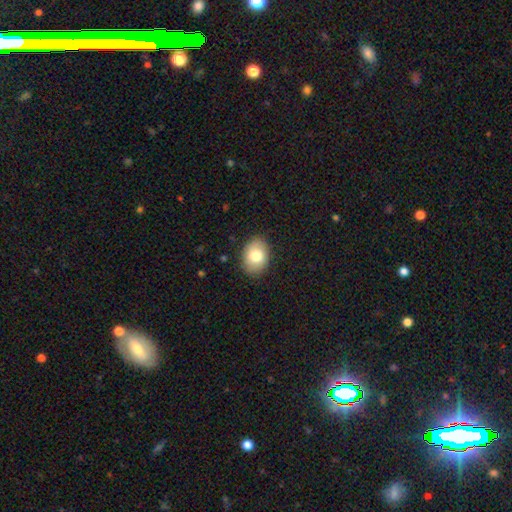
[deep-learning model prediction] smooth 80%, featured or disk 13%, star or artifact 7%. Down the decision tree: how rounded — in between (77%); merging — none (87%).